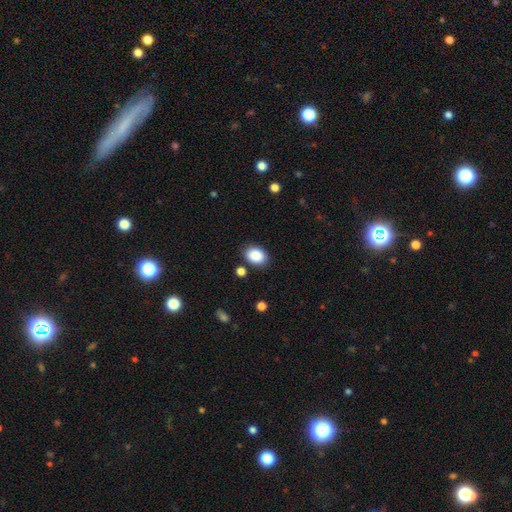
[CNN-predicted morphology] This appears to be a smooth galaxy with no disk features (88%) that is in between round and cigar-shaped (72%). Merging: none (84%).